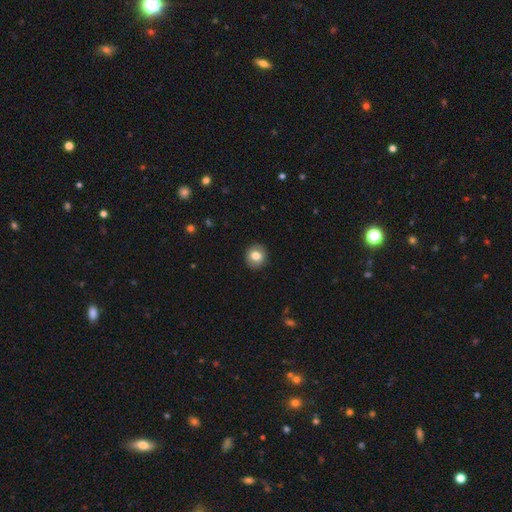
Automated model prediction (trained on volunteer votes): Smooth or featured? Predicted: smooth (p=0.78). How rounded? Predicted: round (p=0.85). Merging? Predicted: none (p=0.90).